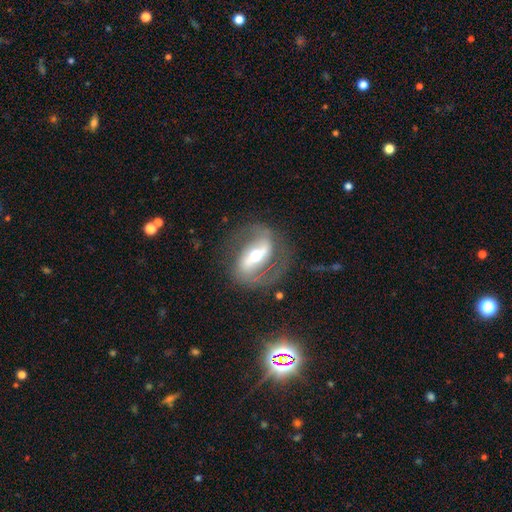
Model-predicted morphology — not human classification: Overall: featured or disk (83%). Edge-on disk: no (93%). Bar: strong (60%; weak 26%). Spiral arms: yes (86%). Spiral arm count: 2 (87%). Spiral winding: medium (49%; loose 31%). Bulge size: moderate (66%). Merging: none (71%).